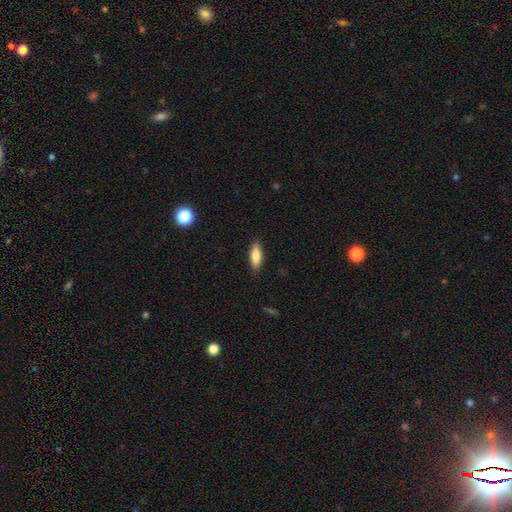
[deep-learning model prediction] Smooth or featured: smooth — 81% (featured or disk — 13%)
How rounded: in between — 61% (cigar-shaped — 37%)
Merging: none — 86% (minor disturbance — 11%)